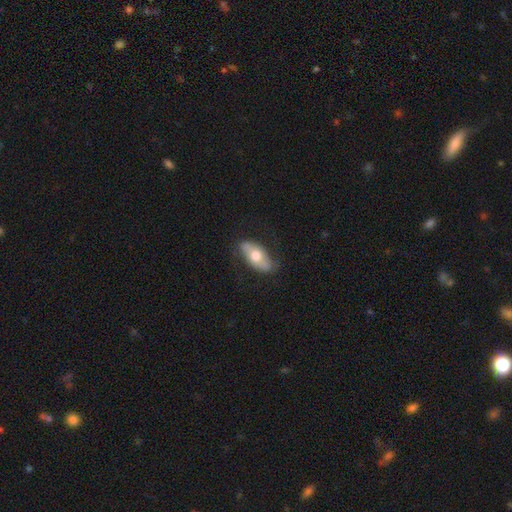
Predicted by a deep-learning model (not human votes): A smooth galaxy with no disk features (57%) that is in between round and cigar-shaped (85%). Merging: none (78%).